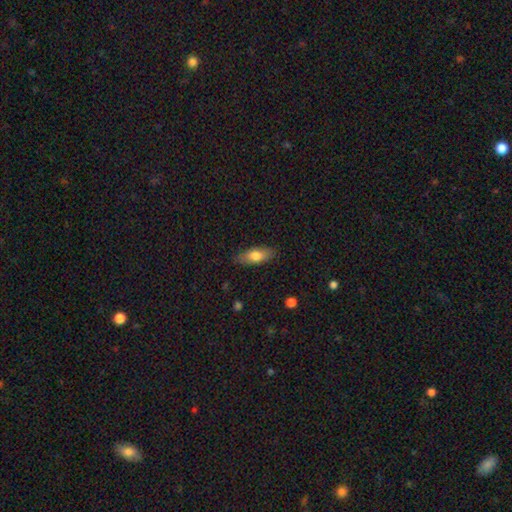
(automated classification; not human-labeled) Overall: smooth (73%). How rounded: in between (71%). Merging: none (85%).